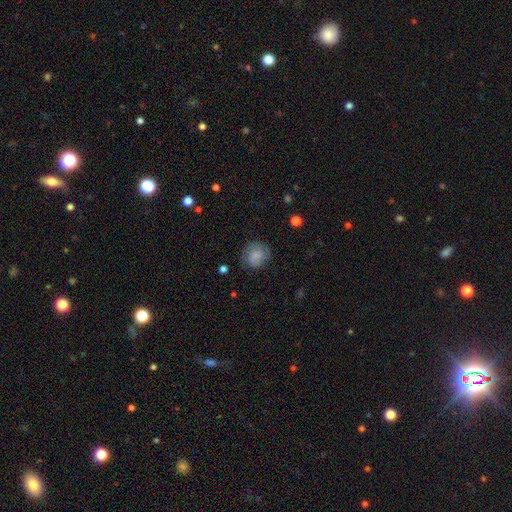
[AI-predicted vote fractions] This is likely a smooth galaxy (63%). How rounded: likely round (76%). Merging: likely none (72%).